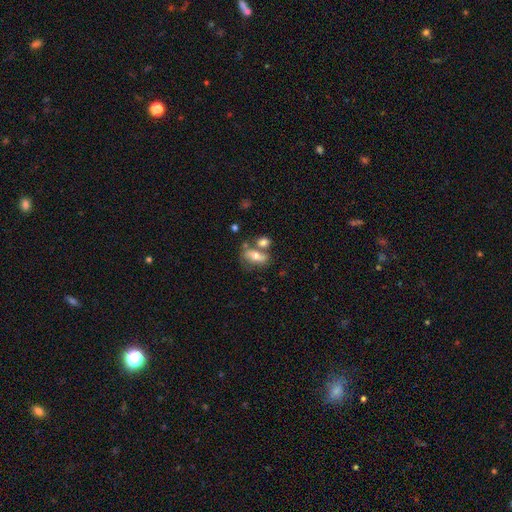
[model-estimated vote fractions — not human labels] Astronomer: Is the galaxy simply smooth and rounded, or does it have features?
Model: smooth — 56% (runner-up: featured or disk, 35%).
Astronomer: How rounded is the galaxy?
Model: in between — 77%.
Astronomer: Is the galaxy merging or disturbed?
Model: none — 46% (runner-up: merger, 31%).